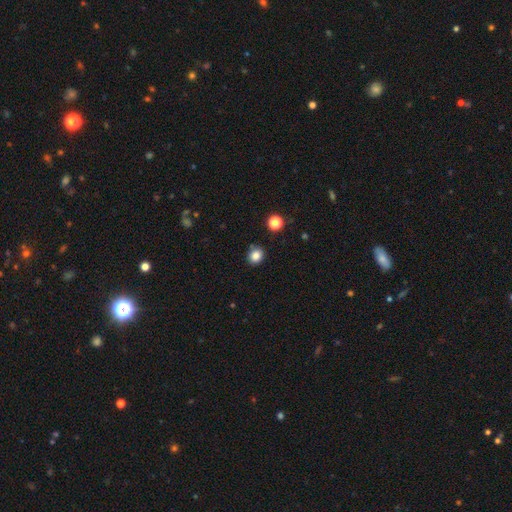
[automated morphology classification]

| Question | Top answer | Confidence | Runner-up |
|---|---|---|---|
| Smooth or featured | smooth | 84% | star or artifact (12%) |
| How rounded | round | 71% | in between (28%) |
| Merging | none | 84% | minor disturbance (10%) |